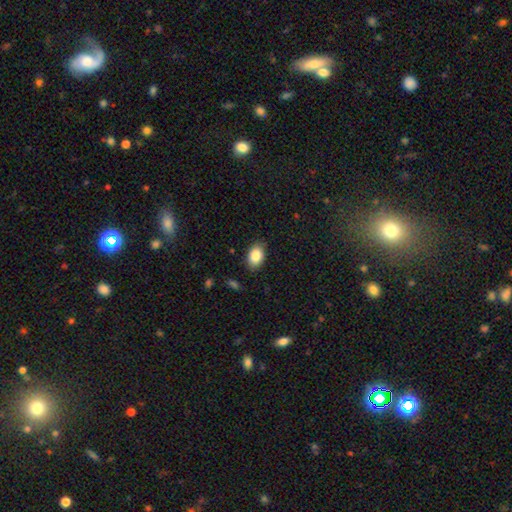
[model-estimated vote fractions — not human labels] This appears to be a smooth galaxy with no disk features (86%) that is in between round and cigar-shaped (85%). Merging: none (85%).